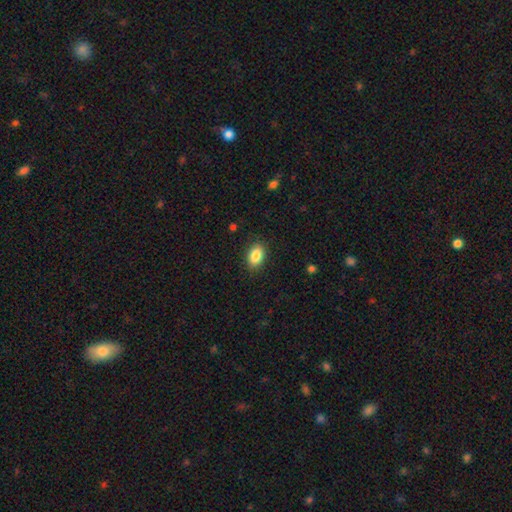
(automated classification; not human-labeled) smooth_or_featured: smooth (p=0.86) [alt: star or artifact p=0.08]
how_rounded: in between (p=0.86) [alt: round p=0.12]
merging: none (p=0.87) [alt: minor disturbance p=0.10]